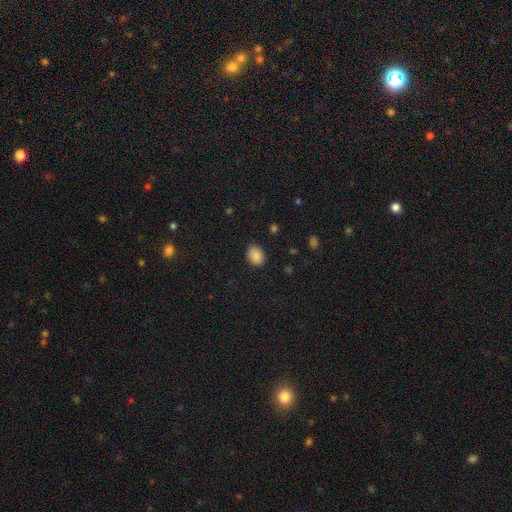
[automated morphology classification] smooth 87%, star or artifact 9%, featured or disk 4%. Down the decision tree: how rounded — in between (58%); merging — none (85%).